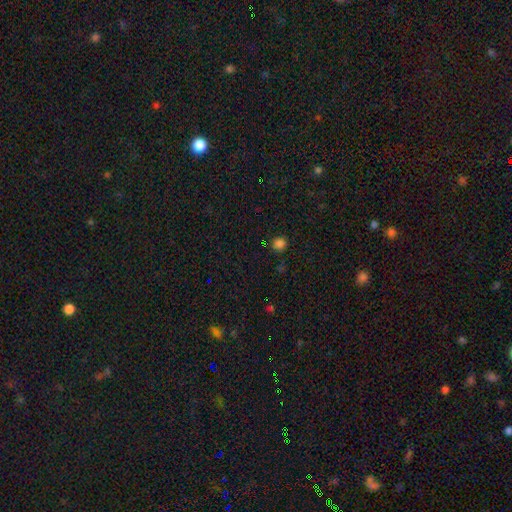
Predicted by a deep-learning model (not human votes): Smooth or featured: smooth — 60% (star or artifact — 36%)
How rounded: round — 87% (in between — 12%)
Merging: none — 86% (minor disturbance — 8%)